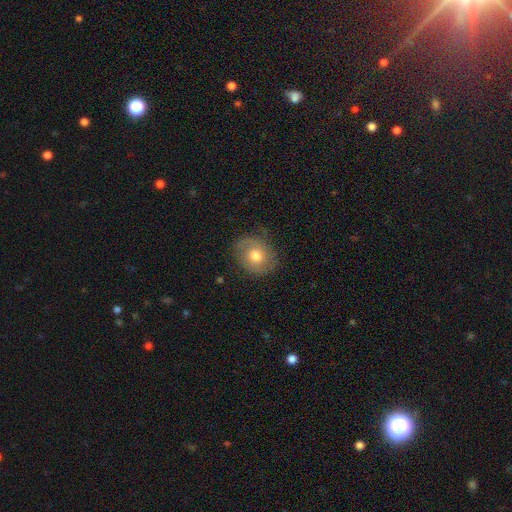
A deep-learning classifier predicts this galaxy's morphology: A smooth galaxy with no disk features (64%) that is round (63%). Merging: none (75%).